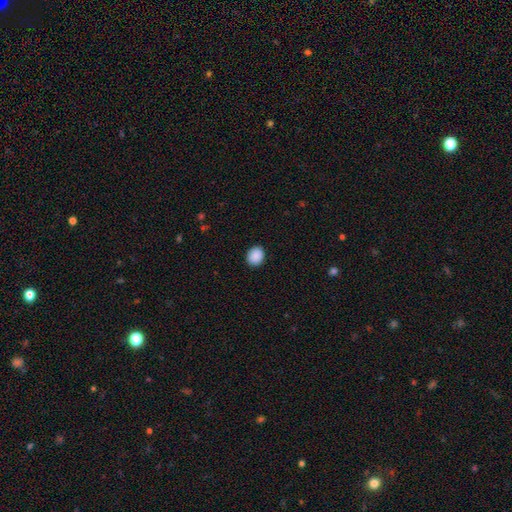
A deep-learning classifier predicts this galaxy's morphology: A smooth galaxy with no disk features (90%) that is round (66%).

Vote fractions:
- Smooth or featured? smooth: 90% / star or artifact: 8% / featured or disk: 2%
- How rounded? round: 66% / in between: 33% / cigar-shaped: 1%
- Merging? none: 91% / minor disturbance: 7% / major disturbance: 2% / merger: 1%